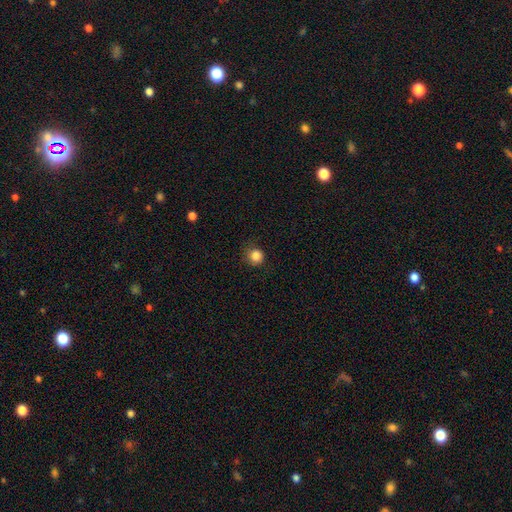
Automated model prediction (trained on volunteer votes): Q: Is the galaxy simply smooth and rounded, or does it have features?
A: smooth — 85%.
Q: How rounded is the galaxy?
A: round — 92%.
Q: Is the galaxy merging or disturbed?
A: none — 81%.